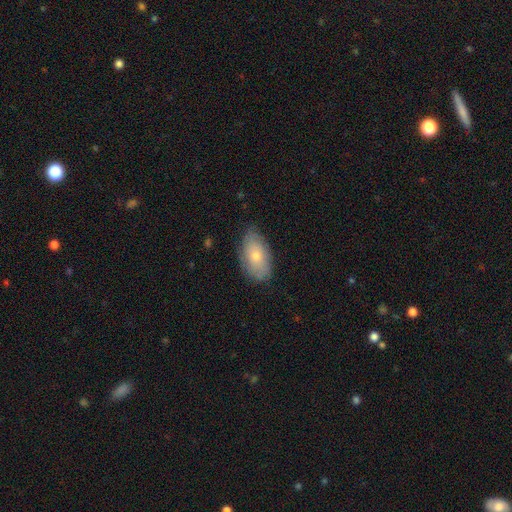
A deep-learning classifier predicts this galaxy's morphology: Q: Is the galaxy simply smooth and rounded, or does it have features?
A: smooth — 64%.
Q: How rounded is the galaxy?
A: in between — 93%.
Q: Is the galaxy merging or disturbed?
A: none — 75%.